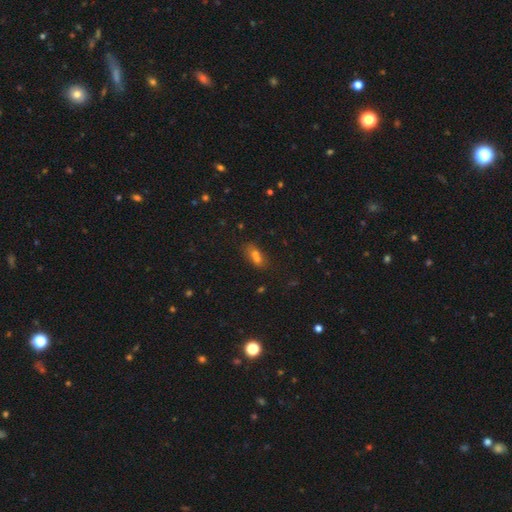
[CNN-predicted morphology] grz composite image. It shows a smooth galaxy with no disk features (58%) that is in between round and cigar-shaped (63%). Merging: none (42%, tied with merger).